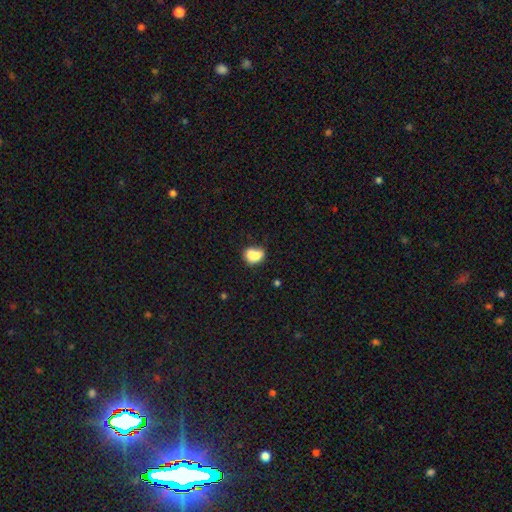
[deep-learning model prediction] Overall: smooth (76%). How rounded: in between (54%; round 45%). Merging: merger (40%; none 34%).